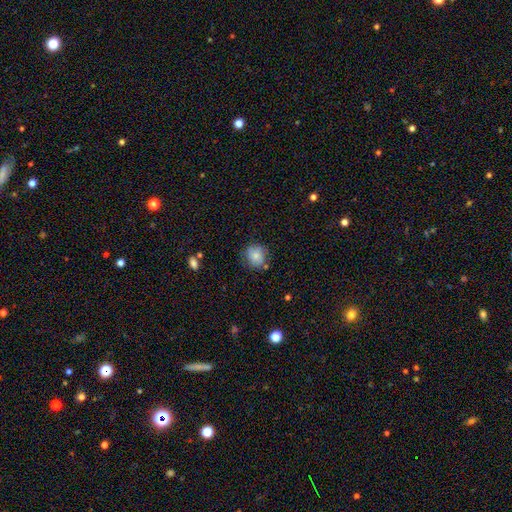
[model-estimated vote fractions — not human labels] smooth 77%, featured or disk 14%, star or artifact 9%. Down the decision tree: how rounded — round (81%); merging — none (71%).